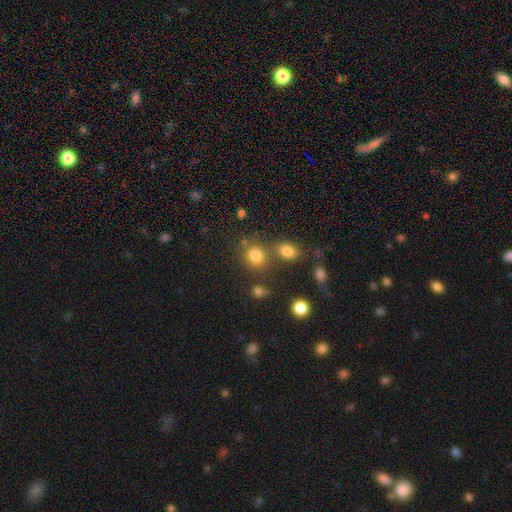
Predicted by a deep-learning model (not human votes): This appears to be a smooth galaxy with no disk features (78%) that is round (78%). Merging: none (65%).